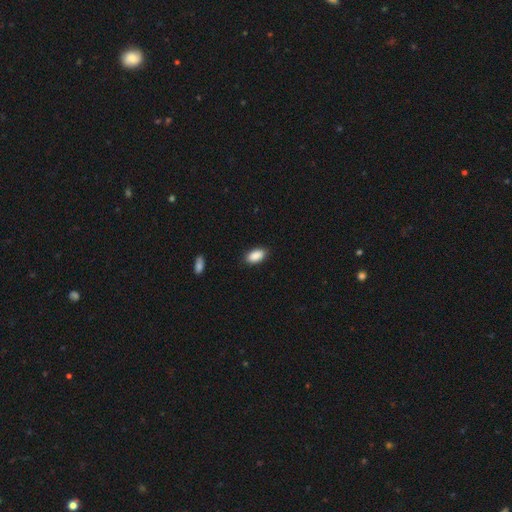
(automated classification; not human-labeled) This is clearly a smooth galaxy (90%). How rounded: clearly in between (93%). Merging: clearly none (87%).